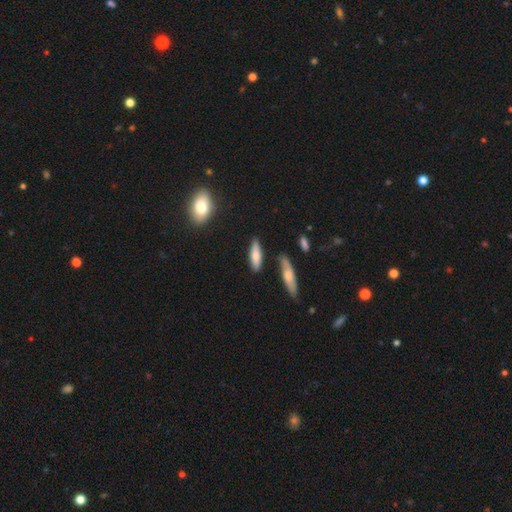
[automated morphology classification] smooth 71%, featured or disk 22%, star or artifact 7%. Down the decision tree: how rounded — cigar-shaped (55%); merging — none (78%).